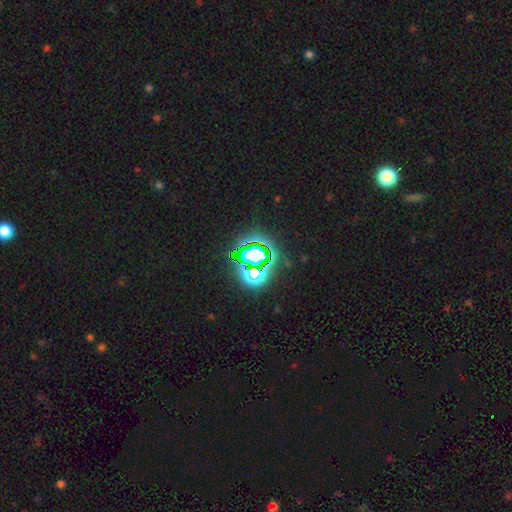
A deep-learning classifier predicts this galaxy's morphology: type=star or artifact (73%).